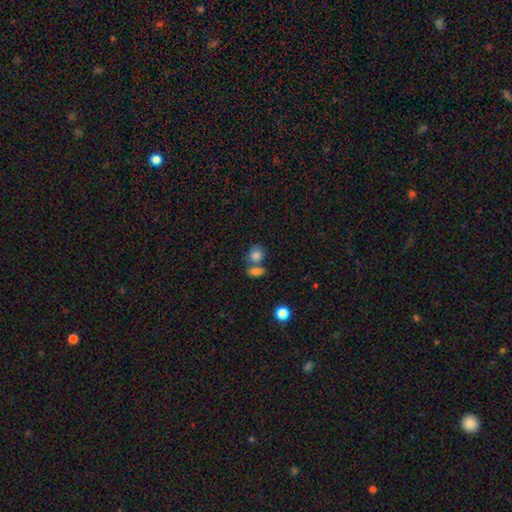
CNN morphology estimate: This is clearly a smooth galaxy (81%). How rounded: possibly round (55%). Merging: marginally none (44%).